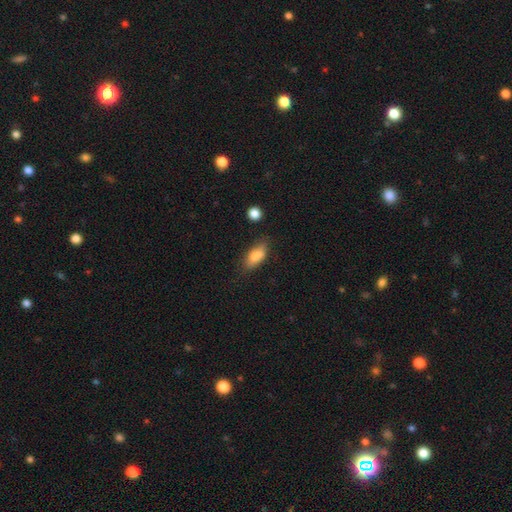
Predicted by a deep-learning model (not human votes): A smooth galaxy with no disk features (77%) that is in between round and cigar-shaped (77%). Merging: none (71%).